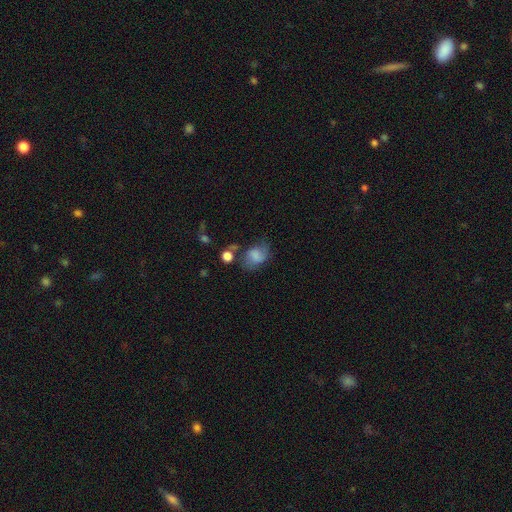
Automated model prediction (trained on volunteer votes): Smooth or featured? Predicted: smooth (p=0.64). How rounded? Predicted: in between (p=0.69). Merging? Predicted: none (p=0.53).